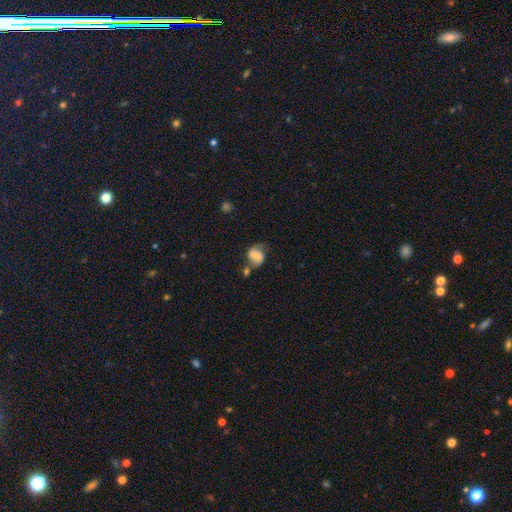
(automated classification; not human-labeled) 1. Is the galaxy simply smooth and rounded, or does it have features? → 55% smooth, 35% featured or disk, 10% star or artifact.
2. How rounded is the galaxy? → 57% round, 42% in between, 1% cigar-shaped.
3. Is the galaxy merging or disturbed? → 48% none, 26% minor disturbance, 16% merger, 11% major disturbance.